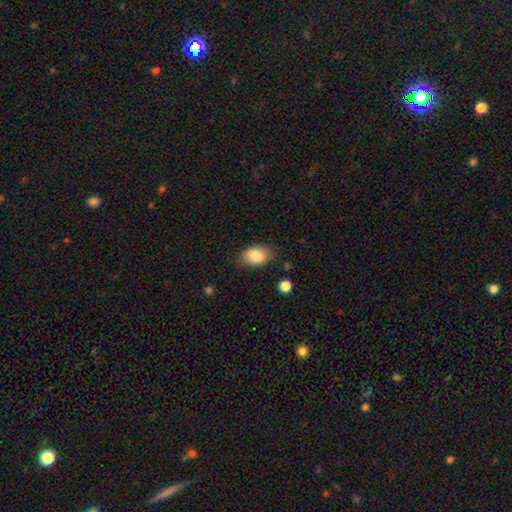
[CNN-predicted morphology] smooth_or_featured: smooth (p=0.85) [alt: star or artifact p=0.08]
how_rounded: in between (p=0.80) [alt: round p=0.19]
merging: none (p=0.79) [alt: minor disturbance p=0.16]